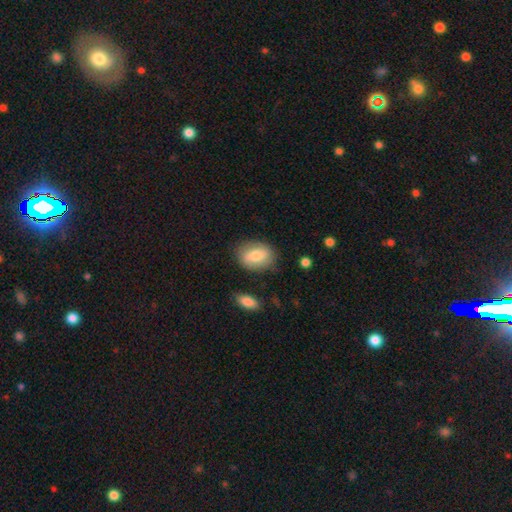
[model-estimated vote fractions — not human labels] Overall: smooth (74%). How rounded: in between (79%). Merging: none (79%).